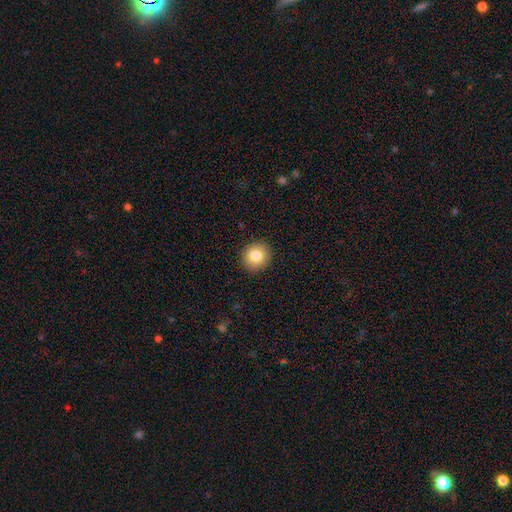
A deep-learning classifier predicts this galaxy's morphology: This is clearly a smooth galaxy (83%). How rounded: clearly round (89%). Merging: clearly none (91%).